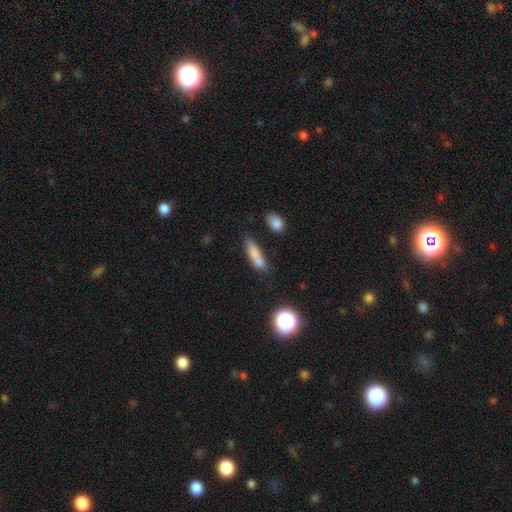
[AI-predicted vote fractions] Overall: smooth (77%). How rounded: cigar-shaped (68%; in between 29%). Merging: none (62%).